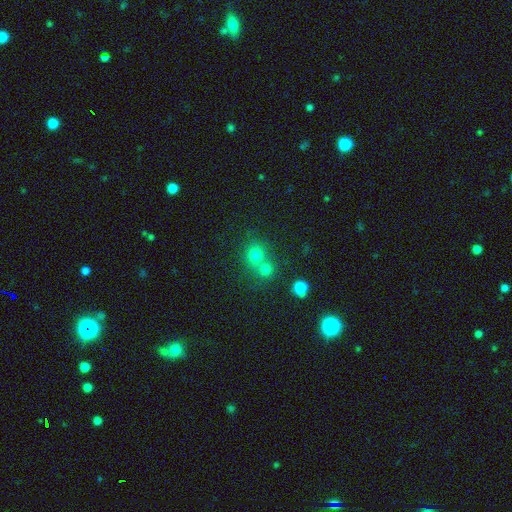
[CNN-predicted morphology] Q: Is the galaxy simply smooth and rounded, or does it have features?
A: smooth — 74%.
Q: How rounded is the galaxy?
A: round — 83%.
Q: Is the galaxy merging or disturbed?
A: none — 47%.